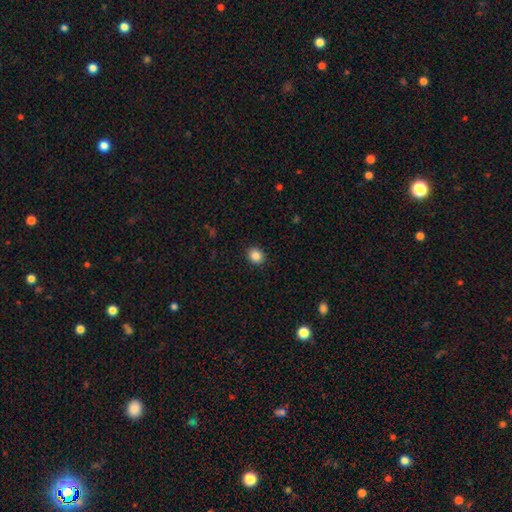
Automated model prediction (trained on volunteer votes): A smooth galaxy with no disk features (86%) that is round (64%). Merging: none (90%).